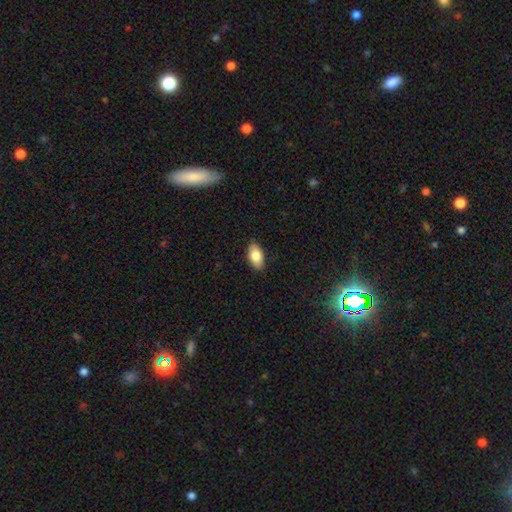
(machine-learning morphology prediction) Q: Smooth or featured?
A: smooth (83%); runner-up: featured or disk (10%)
Q: How rounded?
A: in between (92%); runner-up: round (4%)
Q: Merging?
A: none (88%); runner-up: minor disturbance (9%)